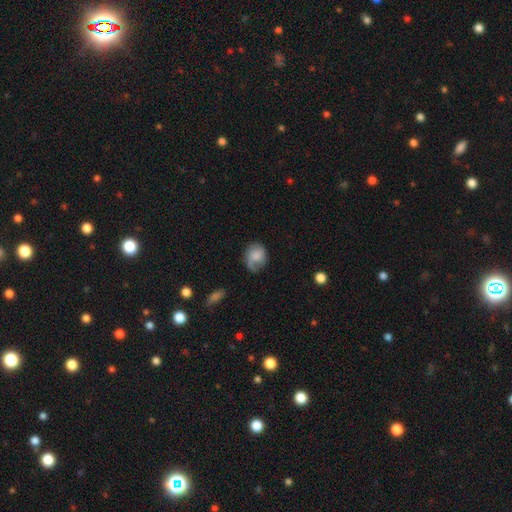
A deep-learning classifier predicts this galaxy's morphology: This is likely a smooth galaxy (68%). How rounded: possibly round (52%). Merging: possibly none (51%).